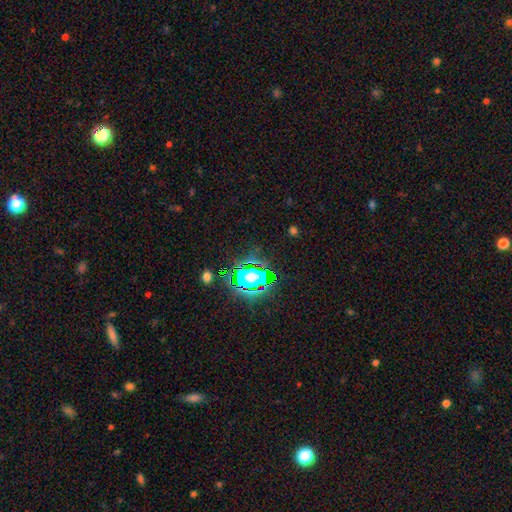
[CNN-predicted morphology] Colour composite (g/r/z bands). It shows a star or artifact, not a galaxy (77%).